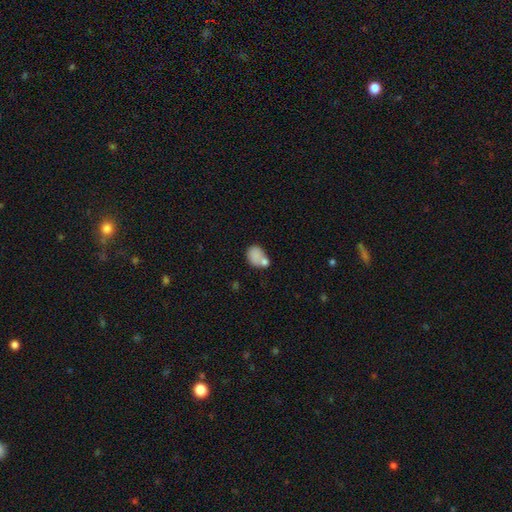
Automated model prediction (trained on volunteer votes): Smooth or featured? Predicted: smooth (p=0.80). How rounded? Predicted: in between (p=0.55). Merging? Predicted: merger (p=0.39).